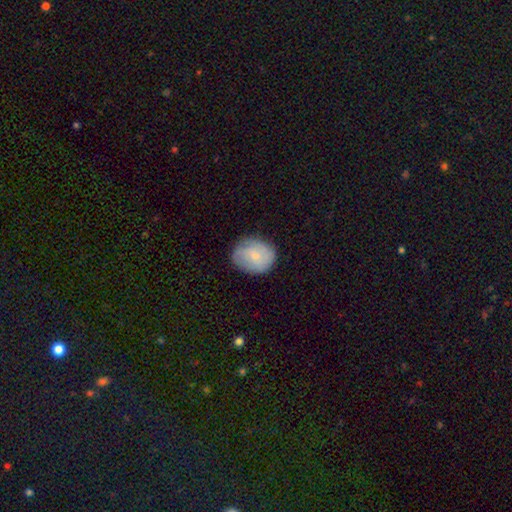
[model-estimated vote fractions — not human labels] Overall: smooth (67%). How rounded: round (63%; in between 36%). Merging: none (74%).